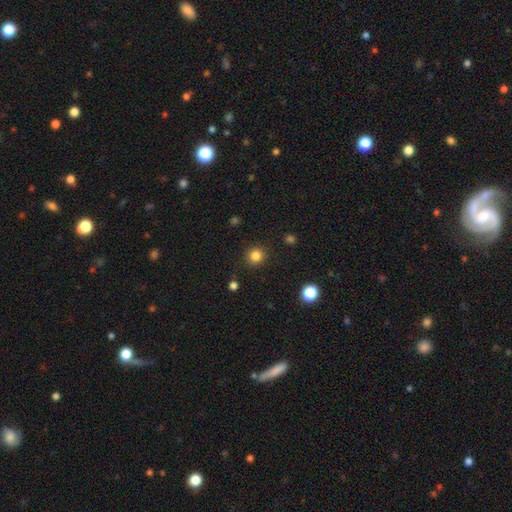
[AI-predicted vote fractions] Smooth or featured? Predicted: smooth (p=0.83). How rounded? Predicted: round (p=0.89). Merging? Predicted: none (p=0.89).